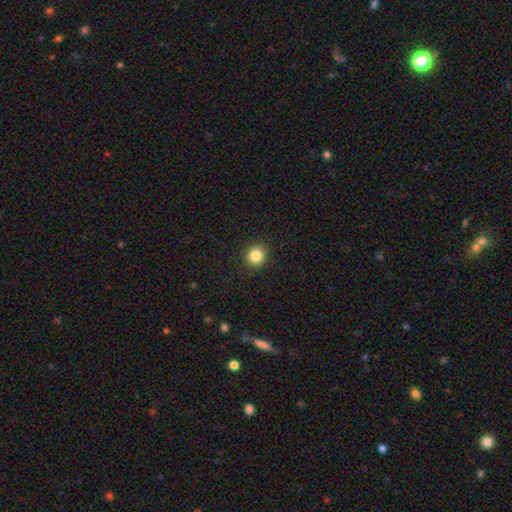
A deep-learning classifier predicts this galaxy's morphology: A smooth galaxy with no disk features (84%) that is round (89%). Merging: none (91%).